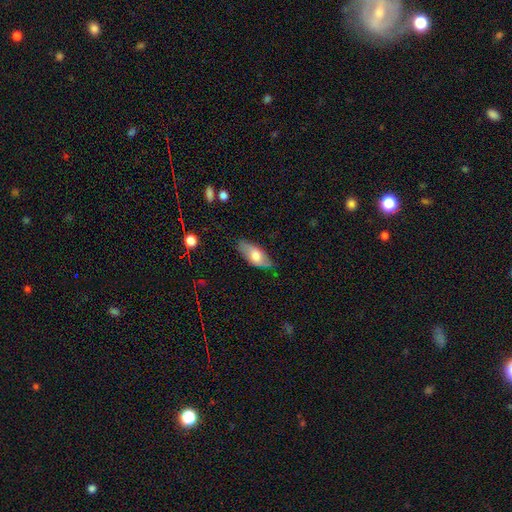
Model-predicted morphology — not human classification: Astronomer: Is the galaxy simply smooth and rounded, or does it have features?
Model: smooth — 67%.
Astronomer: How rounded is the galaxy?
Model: in between — 86%.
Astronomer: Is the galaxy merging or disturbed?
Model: none — 74%.